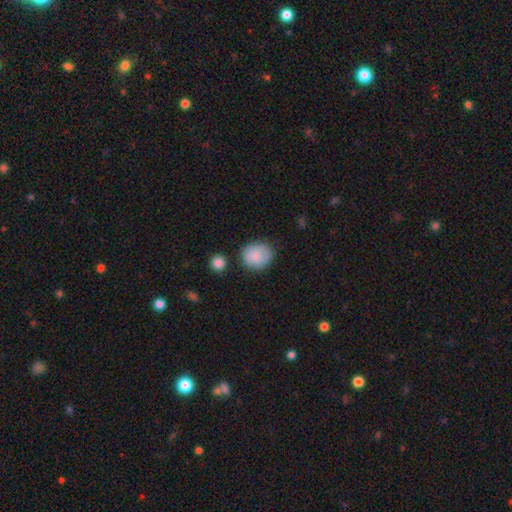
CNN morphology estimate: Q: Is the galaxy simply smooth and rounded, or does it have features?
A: smooth — 80%.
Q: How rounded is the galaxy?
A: round — 77%.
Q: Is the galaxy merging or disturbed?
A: none — 78%.